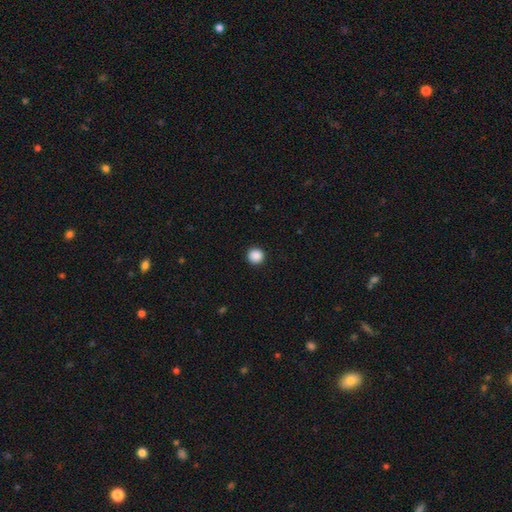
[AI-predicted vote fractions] smooth 89%, star or artifact 9%, featured or disk 2%. Down the decision tree: how rounded — round (95%); merging — none (93%).